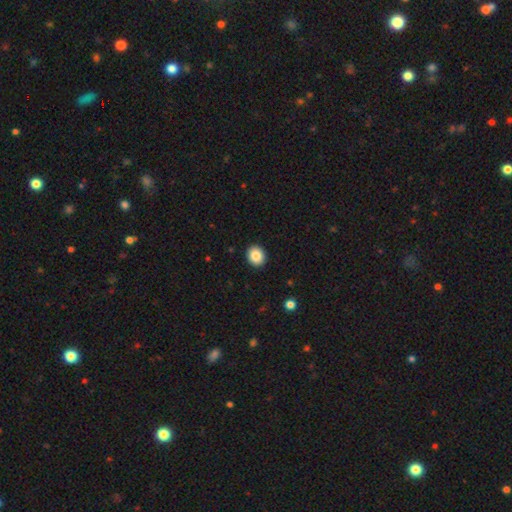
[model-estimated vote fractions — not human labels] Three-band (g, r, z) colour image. It shows a smooth galaxy with no disk features (87%) that is round (66%). Merging: none (92%).